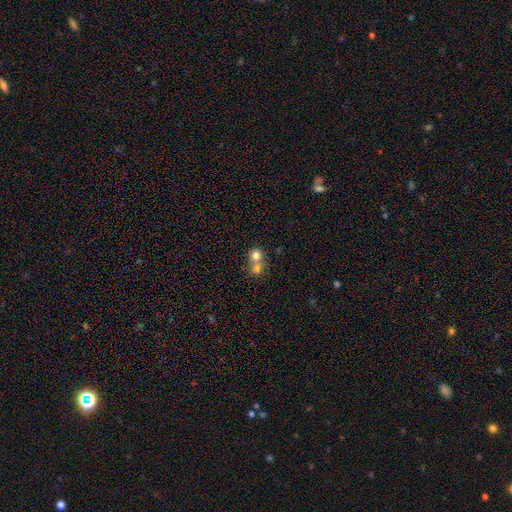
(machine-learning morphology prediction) The model was most divided on "merging": merger: 59%, none: 33%, minor disturbance: 5%, major disturbance: 2%. More confident: how rounded — round (84%); smooth or featured — smooth (75%).